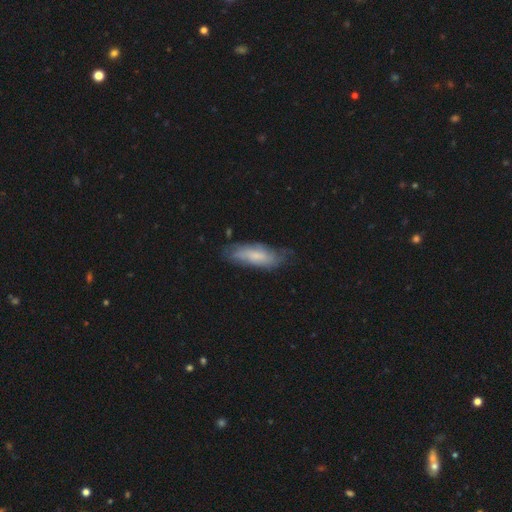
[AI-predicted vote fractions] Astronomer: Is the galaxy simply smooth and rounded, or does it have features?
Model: smooth — 58% (runner-up: featured or disk, 35%).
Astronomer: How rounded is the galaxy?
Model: in between — 62%.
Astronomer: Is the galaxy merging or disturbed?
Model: none — 64%.